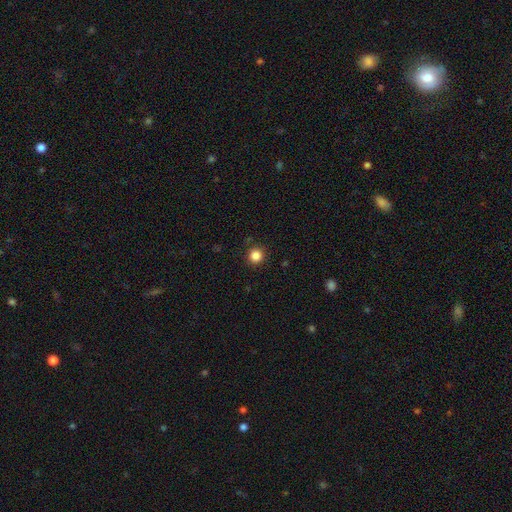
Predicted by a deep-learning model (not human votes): Morphology: type=smooth (85%); roundness=round (95%); merging=none (91%).